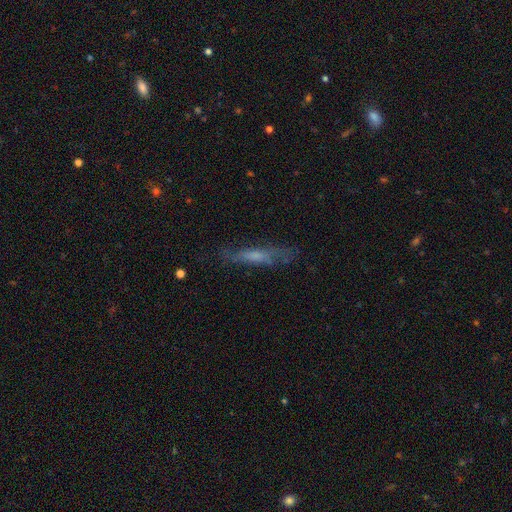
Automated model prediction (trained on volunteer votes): Smooth or featured: featured or disk — 51% (smooth — 40%)
Edge-on disk: yes — 69% (no — 31%)
Merging: none — 70% (minor disturbance — 20%)